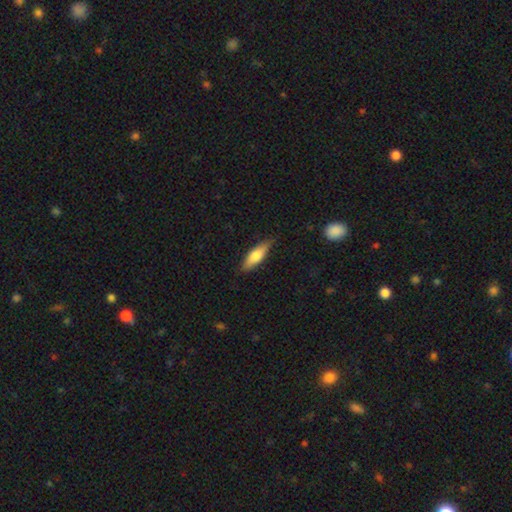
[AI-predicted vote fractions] This is likely a smooth galaxy (68%). How rounded: possibly in between (50%). Merging: clearly none (83%).